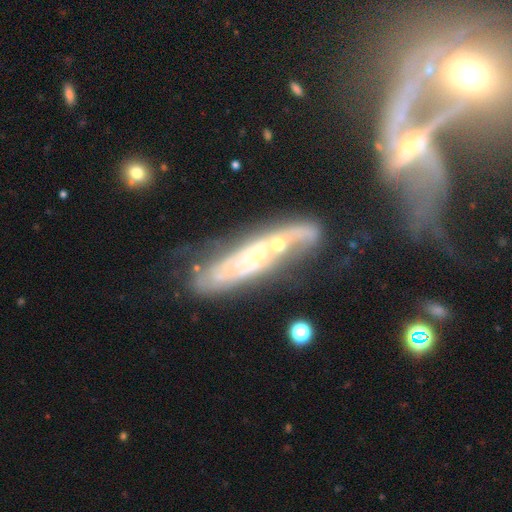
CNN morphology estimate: This is likely a featured or disk galaxy (70%). It is likely not viewed edge-on (64%). Merging: possibly none (46%).